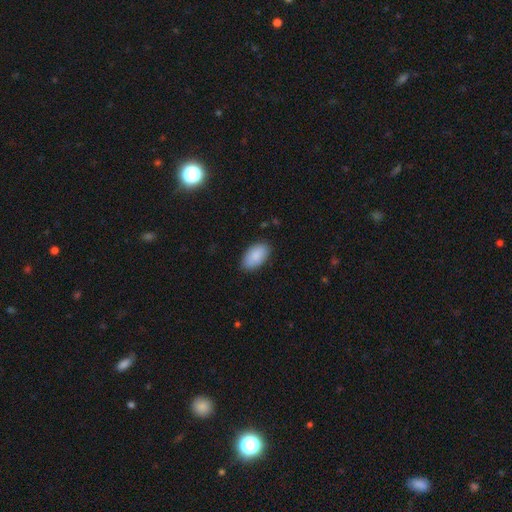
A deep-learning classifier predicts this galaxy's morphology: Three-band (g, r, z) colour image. It shows a smooth galaxy with no disk features (89%) that is in between round and cigar-shaped (96%). Merging: none (85%).